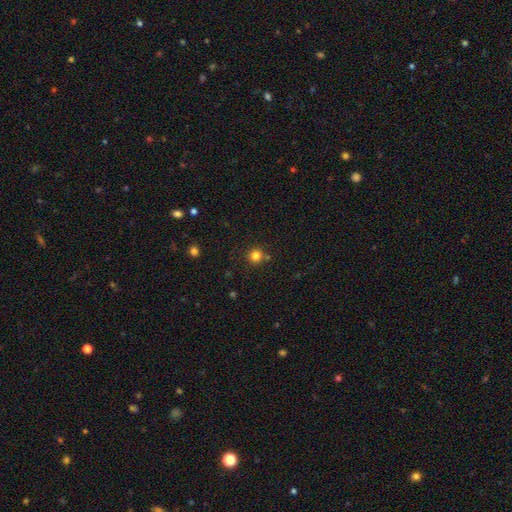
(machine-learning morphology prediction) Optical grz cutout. It shows a smooth galaxy with no disk features (81%) that is round (95%). Merging: none (84%).